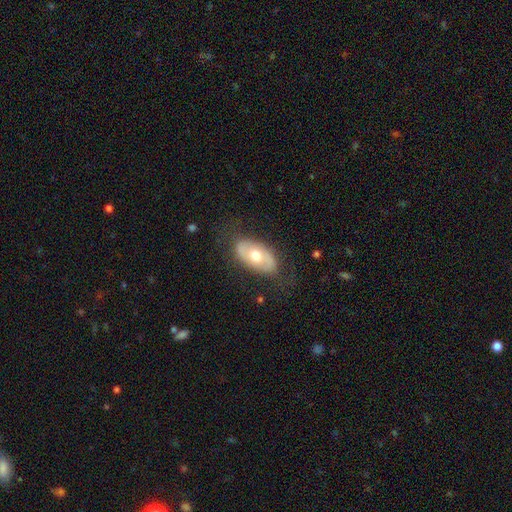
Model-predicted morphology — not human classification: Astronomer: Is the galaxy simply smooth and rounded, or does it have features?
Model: smooth — 48% (runner-up: featured or disk, 46%).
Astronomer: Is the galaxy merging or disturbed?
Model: none — 75%.